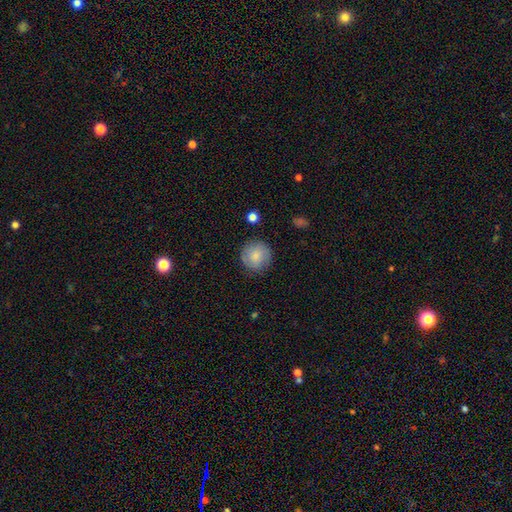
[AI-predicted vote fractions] A smooth galaxy with no disk features (77%) that is round (94%).

Vote fractions:
- Smooth or featured? smooth: 77% / featured or disk: 16% / star or artifact: 7%
- How rounded? round: 94% / in between: 5% / cigar-shaped: 1%
- Merging? none: 86% / minor disturbance: 10% / major disturbance: 3% / merger: 1%